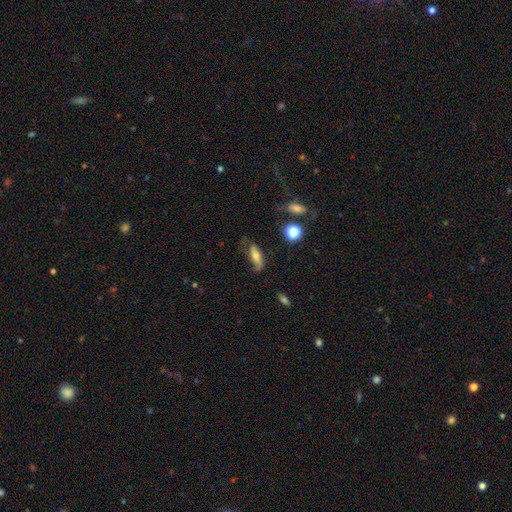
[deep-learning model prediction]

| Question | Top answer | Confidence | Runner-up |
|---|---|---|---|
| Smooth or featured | smooth | 51% | featured or disk (40%) |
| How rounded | in between | 60% | cigar-shaped (35%) |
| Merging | none | 51% | minor disturbance (29%) |